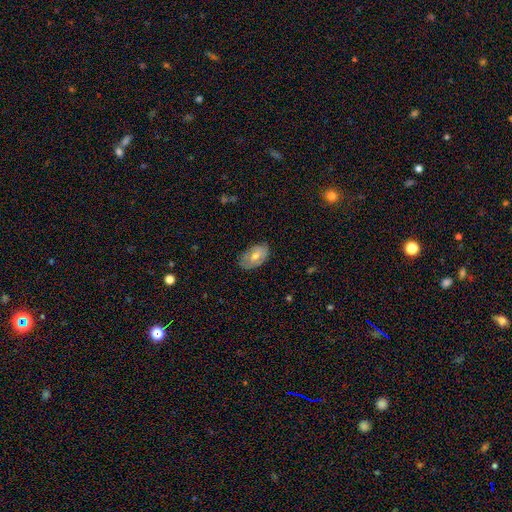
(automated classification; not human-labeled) smooth 50%, featured or disk 41%, star or artifact 9%. Down the decision tree: how rounded — in between (90%); merging — none (76%).